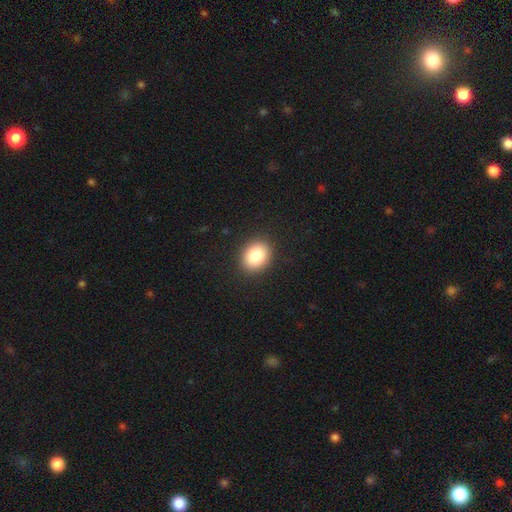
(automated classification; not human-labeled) A smooth galaxy with no disk features (84%) that is in between round and cigar-shaped (51%). Merging: none (90%).